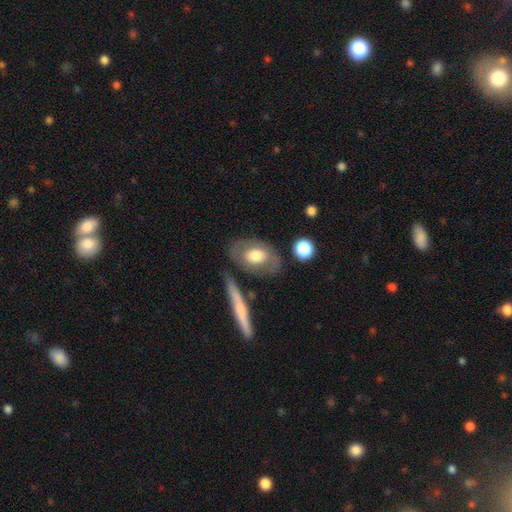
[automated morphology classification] The model was most divided on "smooth or featured": smooth: 58%, featured or disk: 36%, star or artifact: 6%. More confident: how rounded — in between (84%); merging — none (71%).